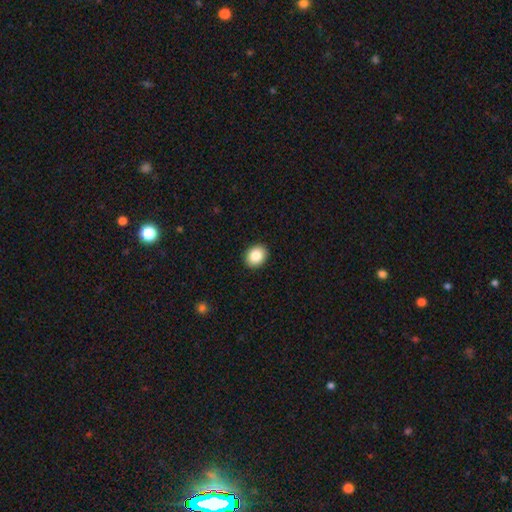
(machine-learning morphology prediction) The model was most divided on "how rounded": round: 51%, in between: 48%, cigar-shaped: 1%. More confident: merging — none (92%); smooth or featured — smooth (86%).